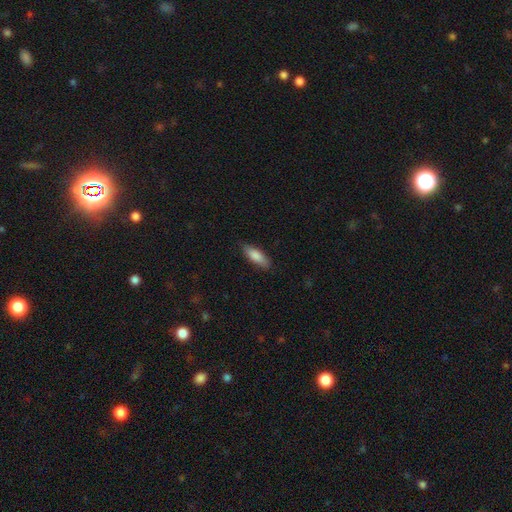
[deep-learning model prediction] Smooth or featured: smooth — 83% (featured or disk — 11%)
How rounded: in between — 58% (cigar-shaped — 40%)
Merging: none — 81% (minor disturbance — 16%)